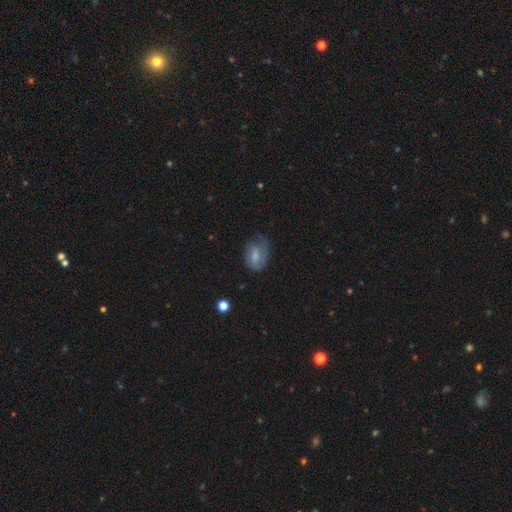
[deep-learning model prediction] Overall: smooth (52%; featured or disk 40%). How rounded: in between (78%). Merging: none (42%; minor disturbance 33%).